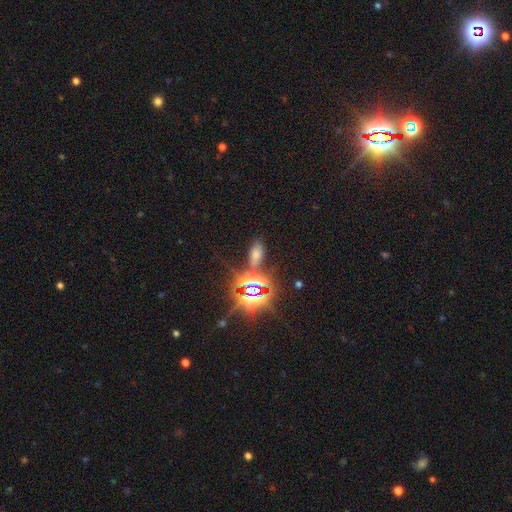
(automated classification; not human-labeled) Morphology: type=star or artifact (59%).